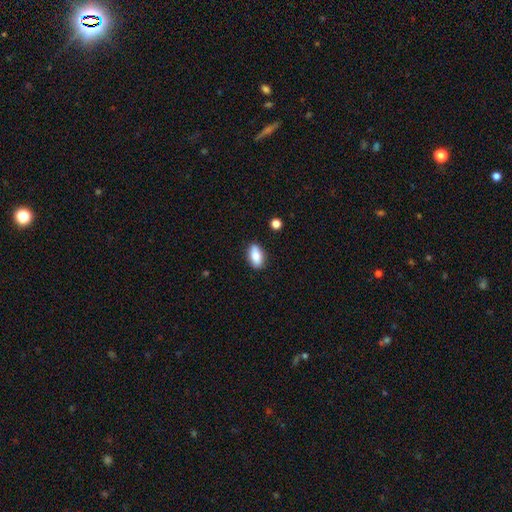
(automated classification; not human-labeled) Smooth or featured? smooth (81%)
How rounded? in between (87%)
Merging? none (86%)